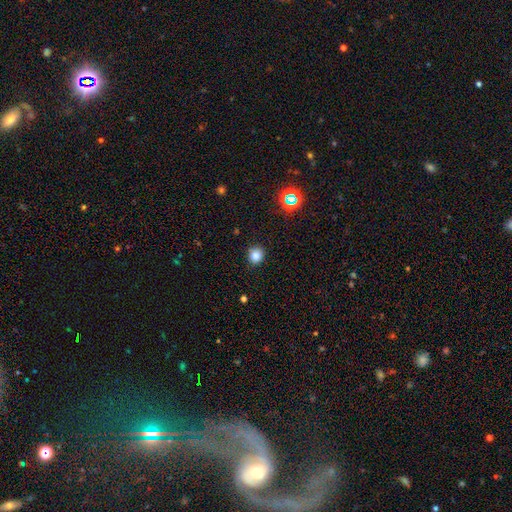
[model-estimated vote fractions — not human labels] Q: Smooth or featured?
A: smooth (81%); runner-up: star or artifact (14%)
Q: How rounded?
A: round (81%); runner-up: in between (18%)
Q: Merging?
A: none (87%); runner-up: minor disturbance (10%)